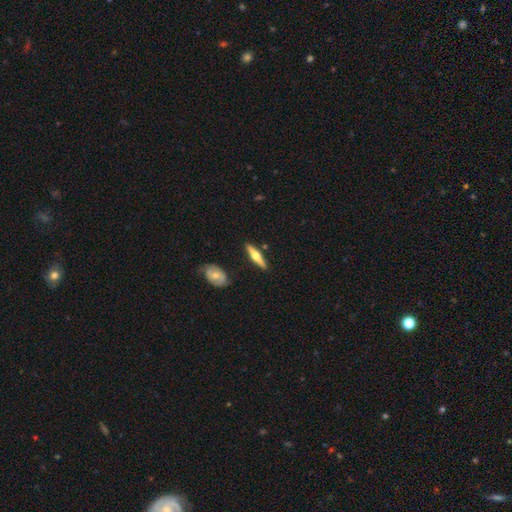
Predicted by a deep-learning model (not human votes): Morphology: type=featured or disk (60%); edge-on=yes (94%); edge-on bulge=rounded (94%); merging=none (87%).